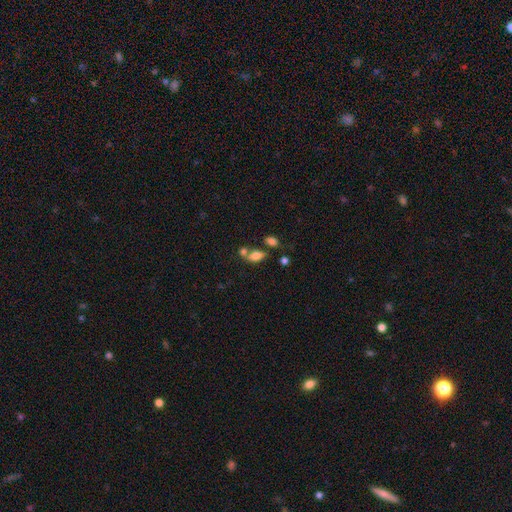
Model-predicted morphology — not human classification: A smooth galaxy with no disk features (77%) that is in between round and cigar-shaped (85%). Merging: none (49%).